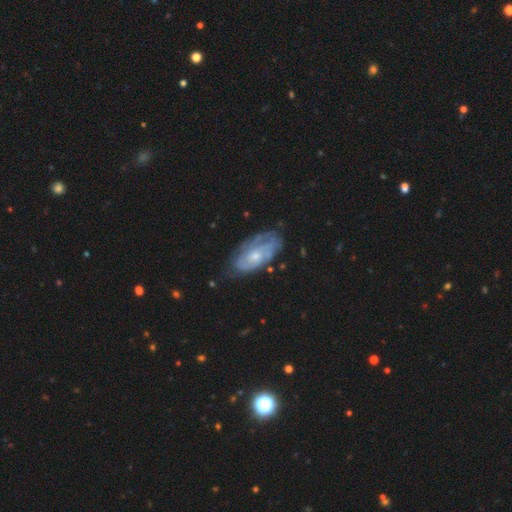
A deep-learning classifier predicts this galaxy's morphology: Smooth or featured? Predicted: featured or disk (p=0.72). Edge-on disk? Predicted: no (p=0.93). Bar? Predicted: no (p=0.74). Spiral arms? Predicted: yes (p=0.83). Spiral winding? Predicted: tight (p=0.59). Spiral arm count? Predicted: can't tell (p=0.51). Bulge size? Predicted: small (p=0.54). Merging? Predicted: none (p=0.64).